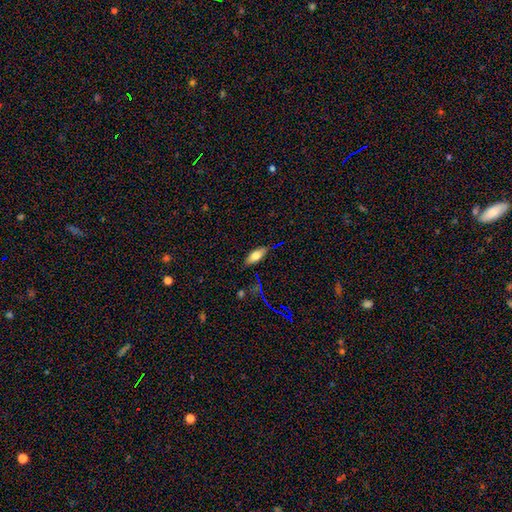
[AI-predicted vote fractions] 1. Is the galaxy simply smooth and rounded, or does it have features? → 70% smooth, 20% featured or disk, 9% star or artifact.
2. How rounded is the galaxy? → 77% in between, 20% cigar-shaped, 3% round.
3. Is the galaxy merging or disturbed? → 78% none, 16% minor disturbance, 3% major disturbance, 2% merger.